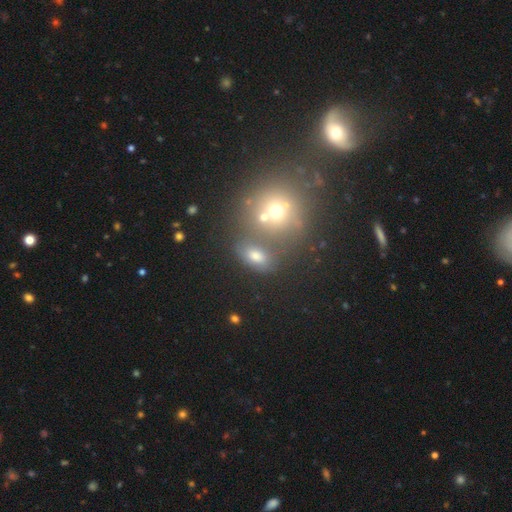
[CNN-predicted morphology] Smooth or featured? Predicted: smooth (p=0.59). How rounded? Predicted: in between (p=0.66). Merging? Predicted: none (p=0.49).